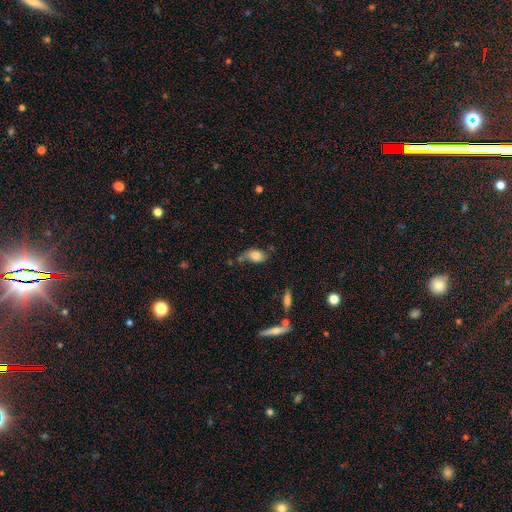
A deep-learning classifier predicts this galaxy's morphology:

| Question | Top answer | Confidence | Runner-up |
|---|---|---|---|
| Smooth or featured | smooth | 77% | featured or disk (14%) |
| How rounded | in between | 81% | round (16%) |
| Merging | none | 42% | minor disturbance (33%) |